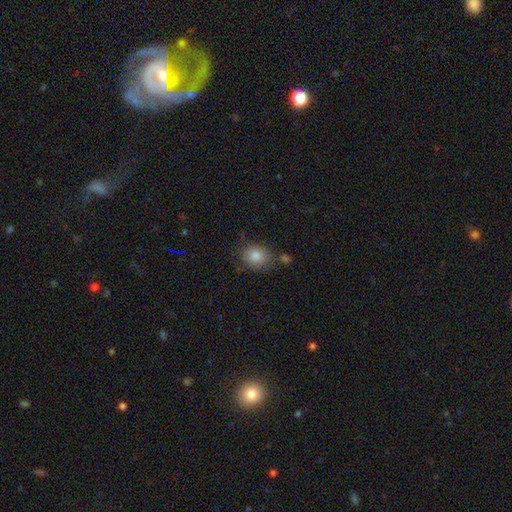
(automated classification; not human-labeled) Smooth or featured? Predicted: smooth (p=0.82). How rounded? Predicted: round (p=0.71). Merging? Predicted: none (p=0.75).